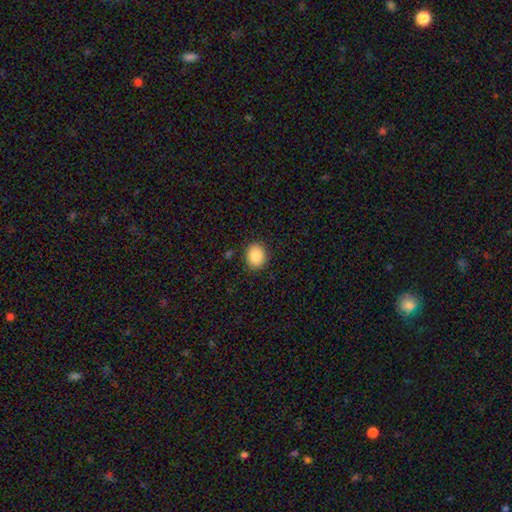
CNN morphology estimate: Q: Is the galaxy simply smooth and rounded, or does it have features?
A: smooth — 87%.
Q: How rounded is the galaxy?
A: round — 64%.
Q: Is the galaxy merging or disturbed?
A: none — 88%.